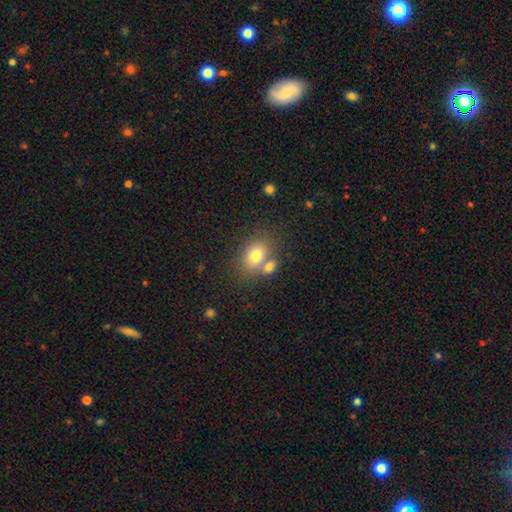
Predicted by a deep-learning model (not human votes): Smooth or featured?
  - smooth: 77% *
  - featured or disk: 13%
  - star or artifact: 10%
How rounded?
  - in between: 69% *
  - round: 30%
  - cigar-shaped: 1%
Merging?
  - none: 50% *
  - merger: 35%
  - minor disturbance: 11%
  - major disturbance: 4%